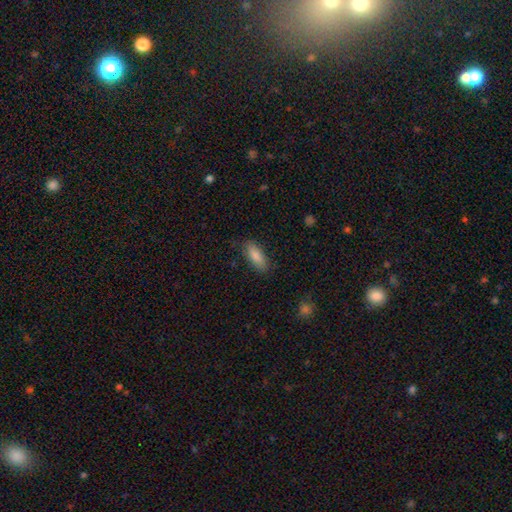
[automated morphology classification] smooth_or_featured: smooth (p=0.86) [alt: featured or disk p=0.08]
how_rounded: in between (p=0.76) [alt: cigar-shaped p=0.23]
merging: none (p=0.84) [alt: minor disturbance p=0.12]